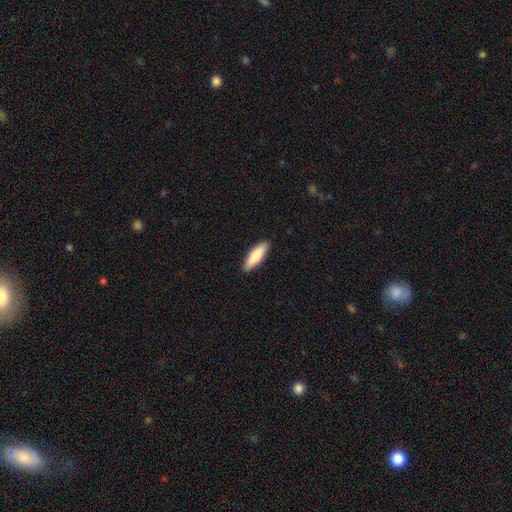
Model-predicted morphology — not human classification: Smooth or featured?
  - smooth: 83% *
  - featured or disk: 12%
  - star or artifact: 5%
How rounded?
  - cigar-shaped: 54% *
  - in between: 44%
  - round: 2%
Merging?
  - none: 90% *
  - minor disturbance: 7%
  - major disturbance: 1%
  - merger: 1%